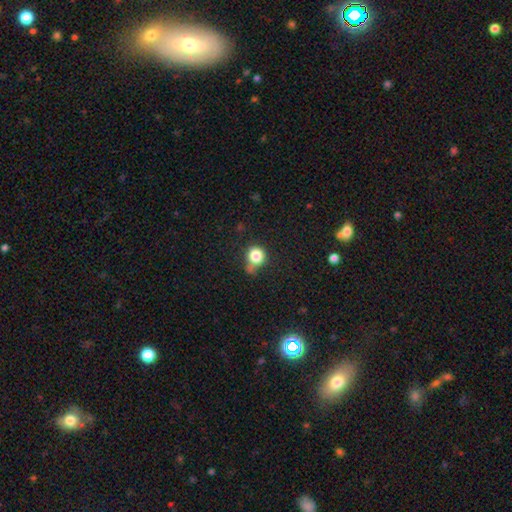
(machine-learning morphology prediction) smooth_or_featured: smooth (p=0.83) [alt: star or artifact p=0.10]
how_rounded: round (p=0.83) [alt: in between p=0.16]
merging: none (p=0.51) [alt: minor disturbance p=0.27]